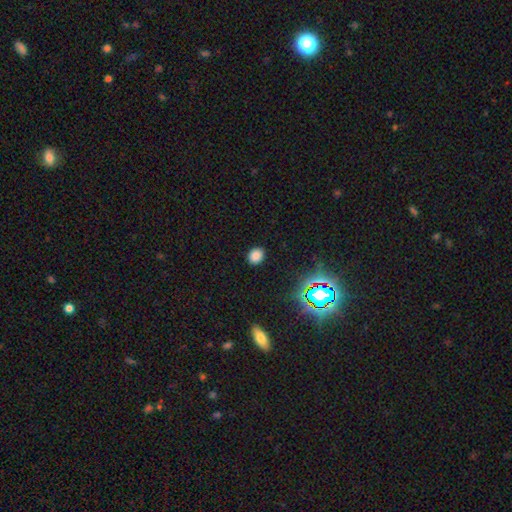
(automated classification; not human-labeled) Morphology: type=smooth (80%); roundness=round (54%); merging=none (89%).